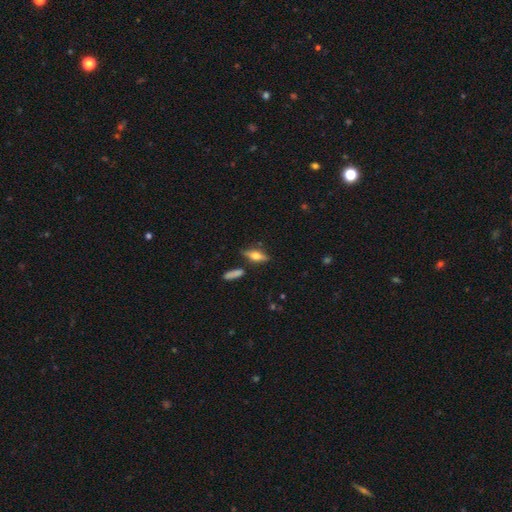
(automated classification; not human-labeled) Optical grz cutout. It shows a smooth galaxy with no disk features (50%). Merging: none (76%).